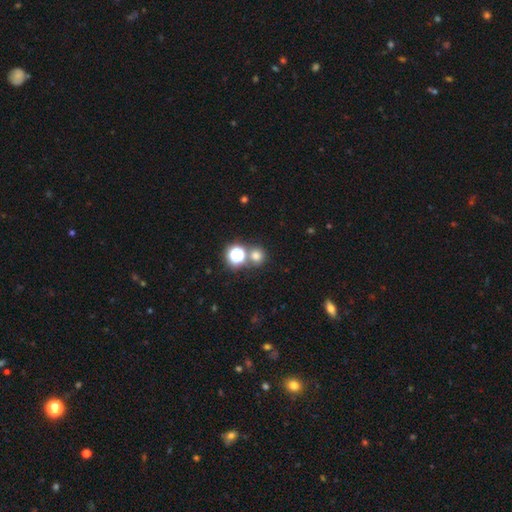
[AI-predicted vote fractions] A smooth galaxy with no disk features (70%) that is round (90%).

Vote fractions:
- Smooth or featured? smooth: 70% / star or artifact: 24% / featured or disk: 6%
- How rounded? round: 90% / in between: 9% / cigar-shaped: 1%
- Merging? none: 71% / merger: 19% / minor disturbance: 7% / major disturbance: 3%